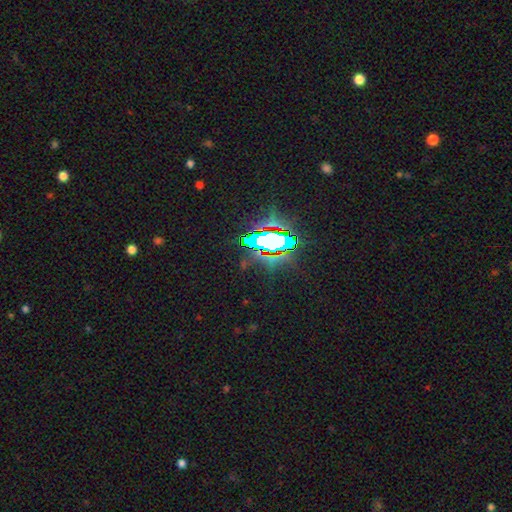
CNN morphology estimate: Overall: star or artifact (80%).